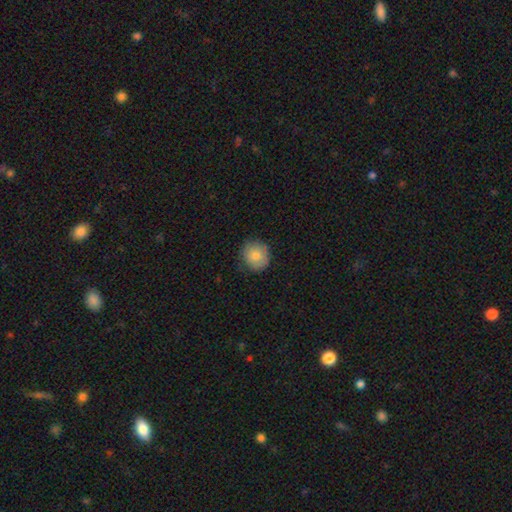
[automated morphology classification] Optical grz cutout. It shows a smooth galaxy with no disk features (82%) that is round (87%). Merging: none (82%).